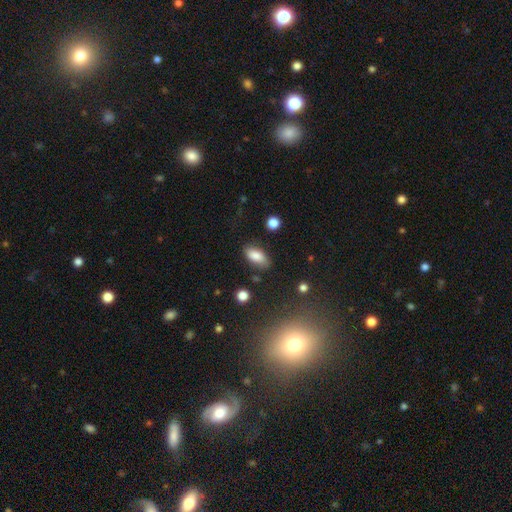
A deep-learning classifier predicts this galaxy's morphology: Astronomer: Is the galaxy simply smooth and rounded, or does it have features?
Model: smooth — 83%.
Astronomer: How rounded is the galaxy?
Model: in between — 88%.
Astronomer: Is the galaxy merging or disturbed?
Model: none — 79%.